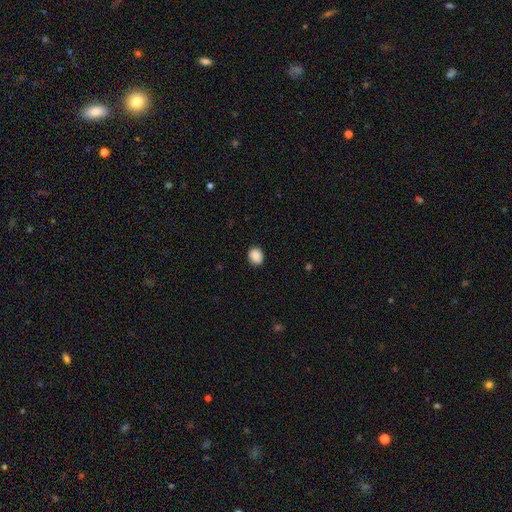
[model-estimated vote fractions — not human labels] Smooth or featured?
  - smooth: 88% *
  - star or artifact: 8%
  - featured or disk: 4%
How rounded?
  - round: 63% *
  - in between: 37%
  - cigar-shaped: 1%
Merging?
  - none: 89% *
  - minor disturbance: 9%
  - major disturbance: 2%
  - merger: 1%